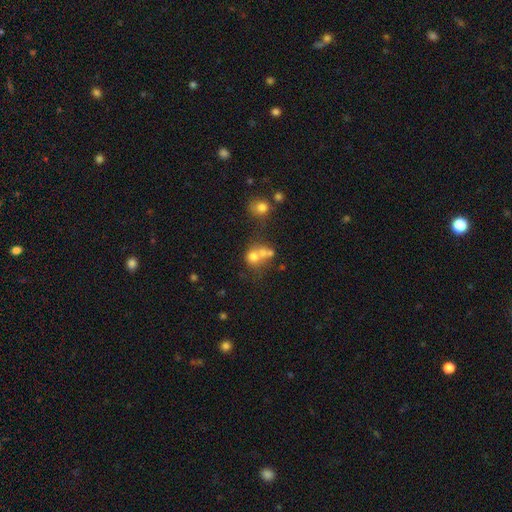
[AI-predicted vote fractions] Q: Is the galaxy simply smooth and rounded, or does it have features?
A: smooth — 64%.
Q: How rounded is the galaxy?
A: round — 75%.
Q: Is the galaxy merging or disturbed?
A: merger — 52%.